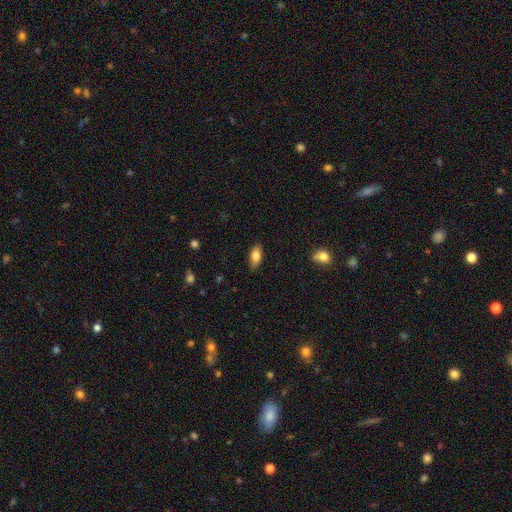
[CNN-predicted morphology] Overall: smooth (81%). How rounded: in between (85%). Merging: none (87%).